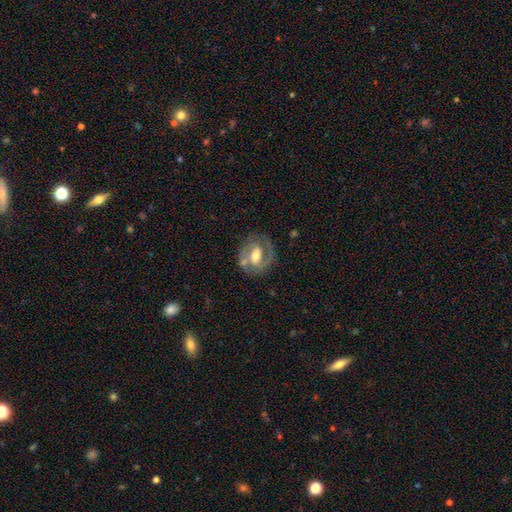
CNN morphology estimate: This appears to be a featured or disk galaxy (64%) with a weak bar (38%), spiral arms (53%) and a moderate central bulge (69%). Merging: none (65%).